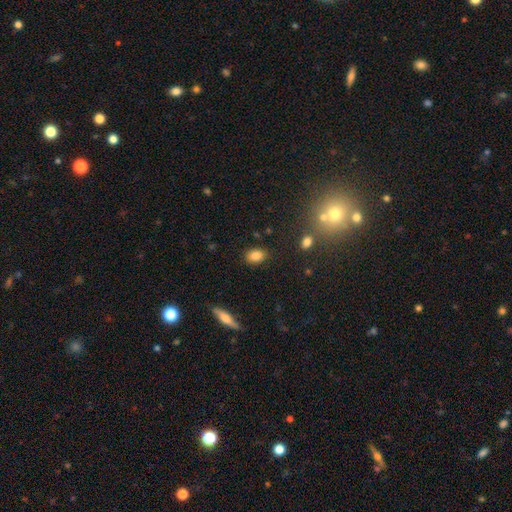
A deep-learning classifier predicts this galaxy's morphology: Overall: smooth (84%). How rounded: in between (75%). Merging: none (84%).